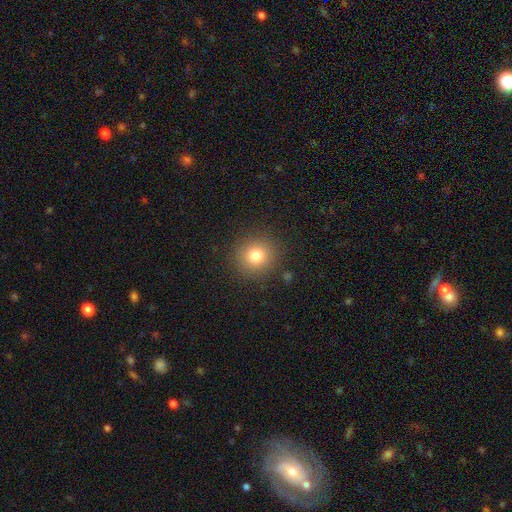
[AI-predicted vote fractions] Smooth or featured? smooth (78%)
How rounded? round (92%)
Merging? none (89%)